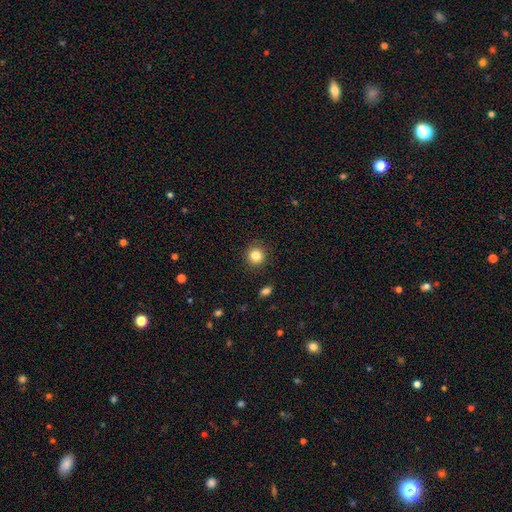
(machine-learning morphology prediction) This is clearly a smooth galaxy (83%). How rounded: clearly round (92%). Merging: clearly none (91%).